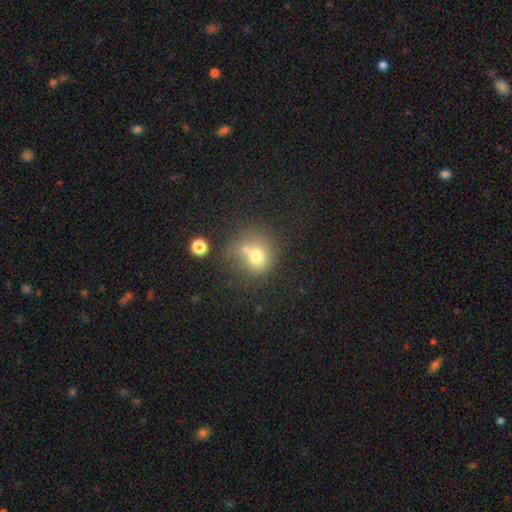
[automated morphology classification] Overall: smooth (70%). How rounded: round (82%). Merging: none (43%; merger 38%).